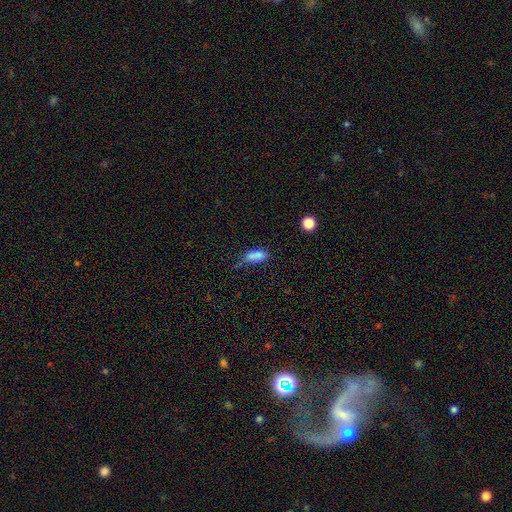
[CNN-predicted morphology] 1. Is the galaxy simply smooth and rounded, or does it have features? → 78% smooth, 12% star or artifact, 10% featured or disk.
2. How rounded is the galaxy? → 77% in between, 18% cigar-shaped, 5% round.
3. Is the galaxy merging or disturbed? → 36% none, 34% minor disturbance, 20% major disturbance, 11% merger.